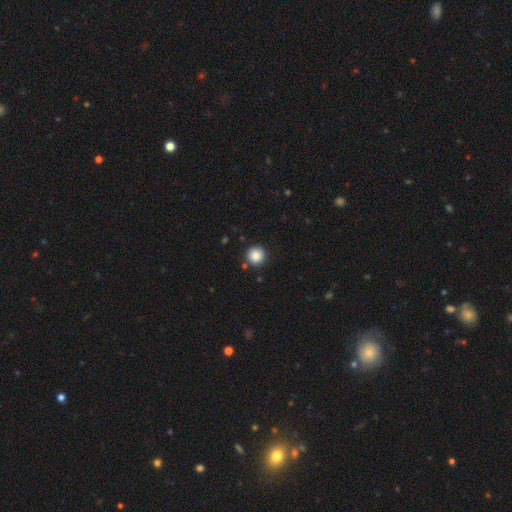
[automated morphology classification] Overall: smooth (87%). How rounded: round (95%). Merging: none (88%).